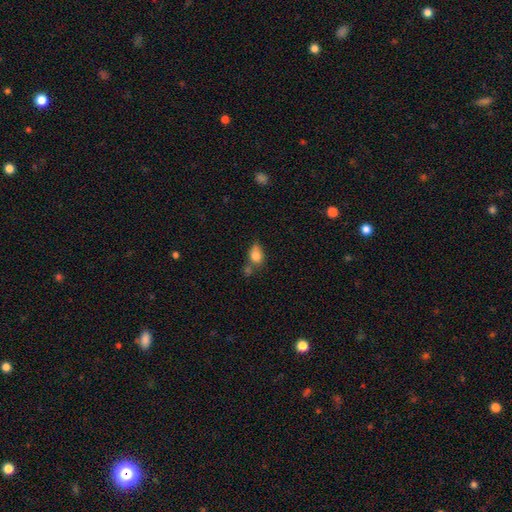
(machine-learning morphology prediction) This is likely a smooth galaxy (79%). How rounded: likely in between (71%). Merging: marginally none (41%).